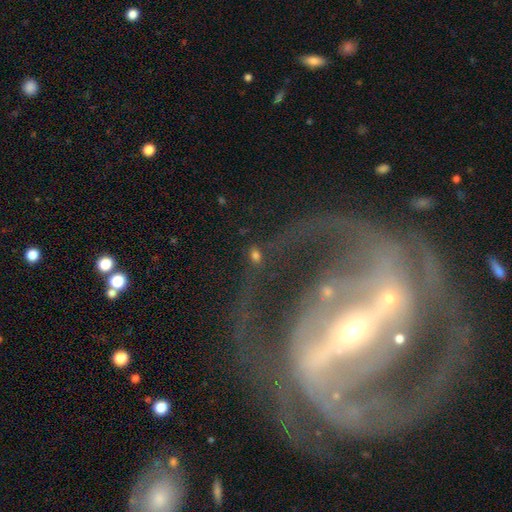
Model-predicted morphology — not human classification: The model was most divided on "smooth or featured": smooth: 49%, star or artifact: 25%, featured or disk: 25%. More confident: merging — none (58%).